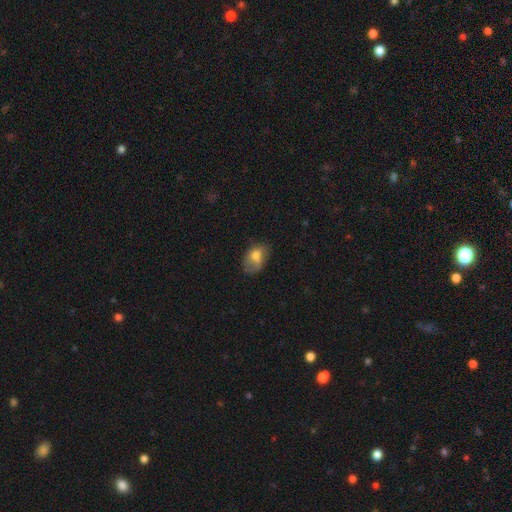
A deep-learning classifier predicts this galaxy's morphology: The model was most divided on "merging": none: 47%, minor disturbance: 34%, major disturbance: 17%, merger: 3%. More confident: how rounded — in between (82%); smooth or featured — smooth (72%).